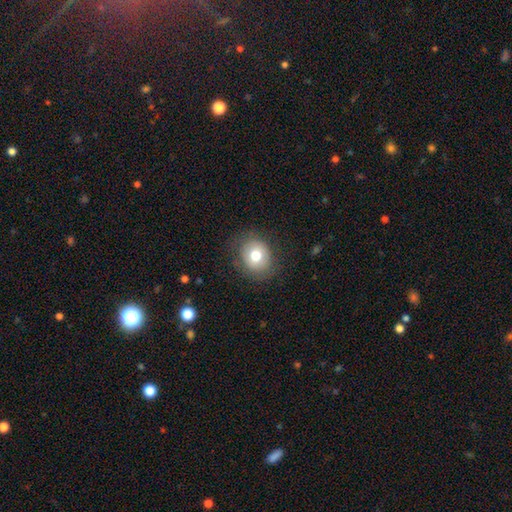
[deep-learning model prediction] Smooth or featured: smooth — 73% (featured or disk — 17%)
How rounded: round — 69% (in between — 30%)
Merging: none — 81% (minor disturbance — 13%)